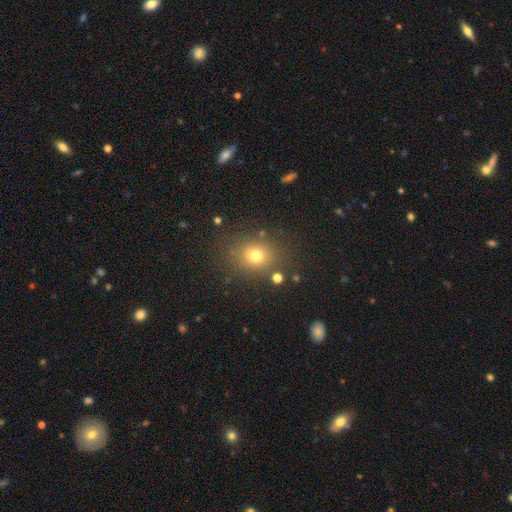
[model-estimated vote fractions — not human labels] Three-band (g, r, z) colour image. It shows a smooth galaxy with no disk features (72%) that is round (65%). Merging: none (81%).